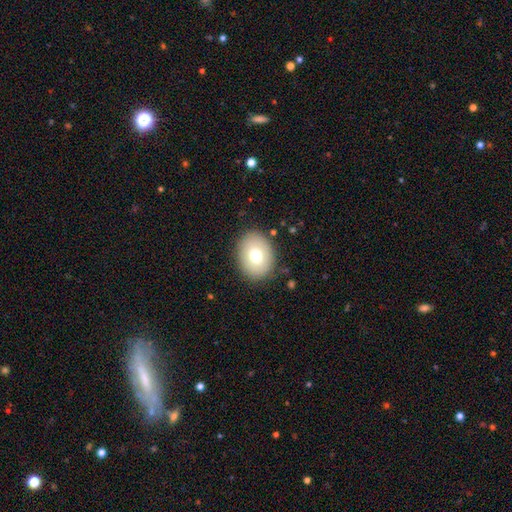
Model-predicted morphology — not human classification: Q: Smooth or featured?
A: smooth (73%); runner-up: featured or disk (19%)
Q: How rounded?
A: in between (61%); runner-up: round (38%)
Q: Merging?
A: none (86%); runner-up: minor disturbance (9%)